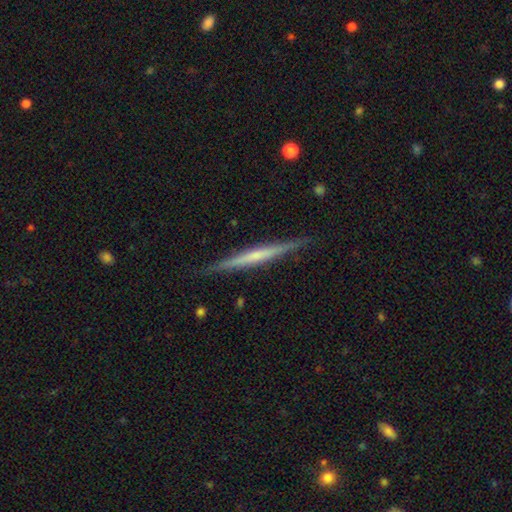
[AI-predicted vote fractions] Smooth or featured: featured or disk — 64% (smooth — 31%)
Edge-on disk: yes — 97% (no — 3%)
Edge-on bulge: none — 65% (rounded — 26%)
Merging: none — 89% (minor disturbance — 8%)